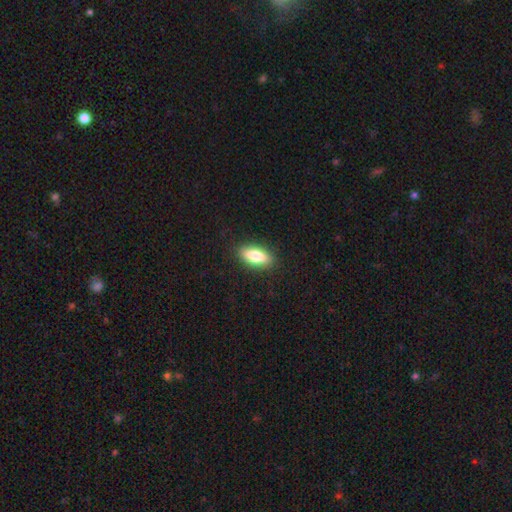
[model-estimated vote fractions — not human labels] A smooth galaxy with no disk features (77%) that is in between round and cigar-shaped (76%). Merging: none (88%).